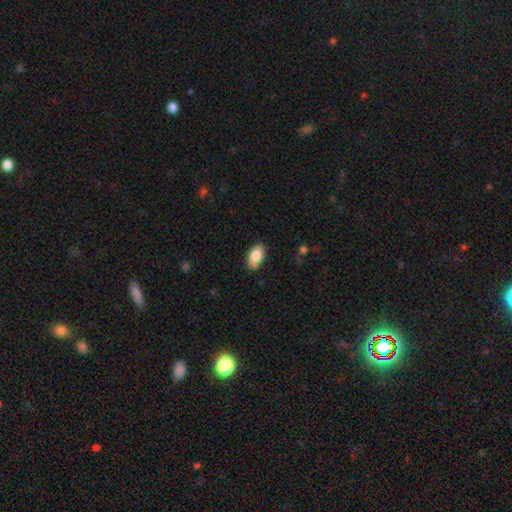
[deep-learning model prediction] Overall: smooth (85%). How rounded: in between (93%). Merging: none (84%).